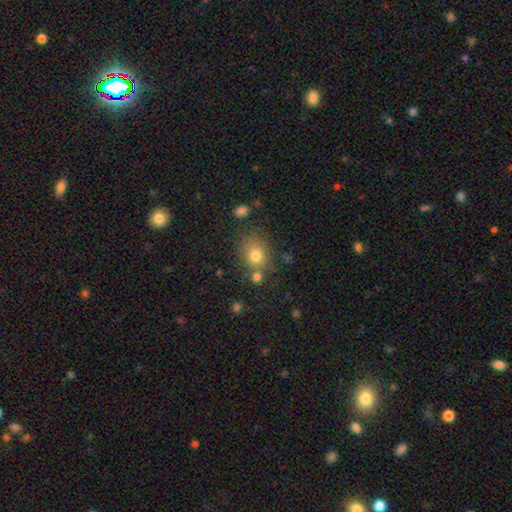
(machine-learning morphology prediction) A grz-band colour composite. It shows a smooth galaxy with no disk features (77%) that is round (63%). Merging: none (67%).